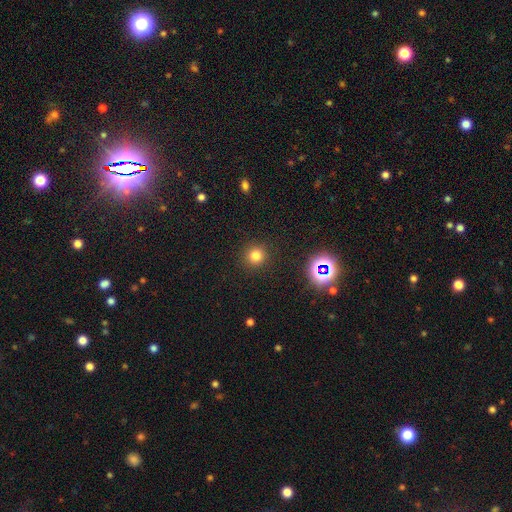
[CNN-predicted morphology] Overall: smooth (77%). How rounded: round (93%). Merging: none (91%).